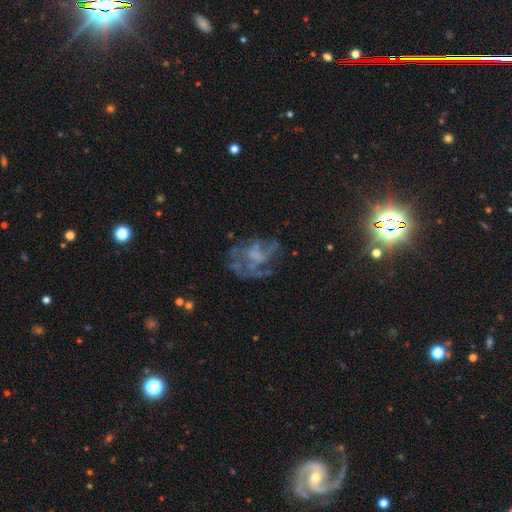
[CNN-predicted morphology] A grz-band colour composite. It shows a featured or disk galaxy (63%) with no bar (77%), no spiral arms (65%) and no central bulge (62%). Merging: none (41%).